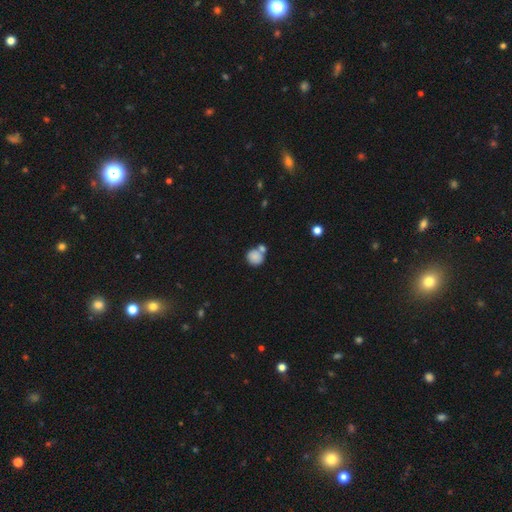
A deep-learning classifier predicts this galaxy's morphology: smooth-or-featured: smooth: 84% | star or artifact: 9% | featured or disk: 8%
  how-rounded: round: 84% | in between: 15% | cigar-shaped: 1%
  merging: none: 49% | merger: 35% | minor disturbance: 12% | major disturbance: 4%